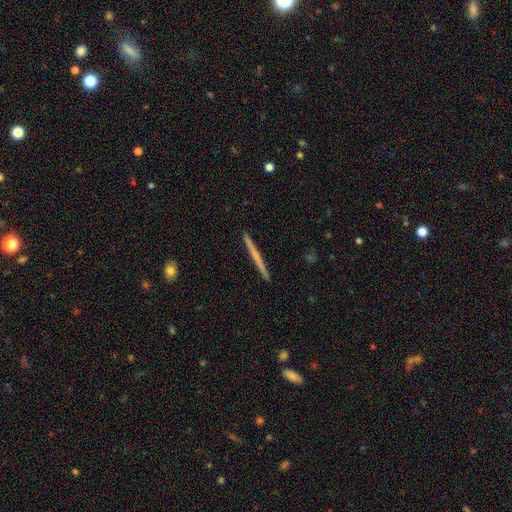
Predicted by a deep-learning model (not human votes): Q: Smooth or featured?
A: featured or disk (60%); runner-up: smooth (35%)
Q: Edge-on disk?
A: yes (98%); runner-up: no (2%)
Q: Edge-on bulge?
A: none (67%); runner-up: rounded (27%)
Q: Merging?
A: none (93%); runner-up: minor disturbance (5%)